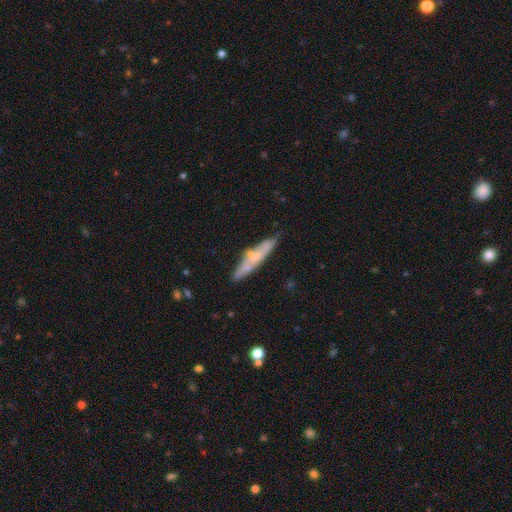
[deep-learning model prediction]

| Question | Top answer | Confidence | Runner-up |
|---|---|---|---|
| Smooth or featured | smooth | 51% | featured or disk (42%) |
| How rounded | cigar-shaped | 85% | in between (13%) |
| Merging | none | 67% | minor disturbance (20%) |